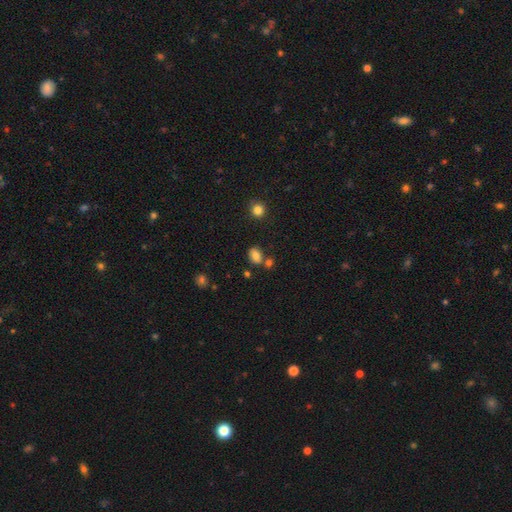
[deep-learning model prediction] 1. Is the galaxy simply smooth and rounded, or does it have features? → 79% smooth, 12% star or artifact, 9% featured or disk.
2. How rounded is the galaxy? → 70% in between, 29% round, 1% cigar-shaped.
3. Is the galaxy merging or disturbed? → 68% none, 16% merger, 13% minor disturbance, 3% major disturbance.